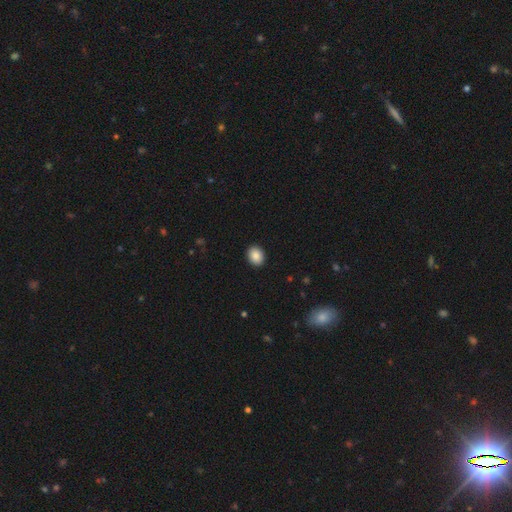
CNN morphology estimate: Q: Smooth or featured?
A: smooth (88%); runner-up: star or artifact (8%)
Q: How rounded?
A: round (52%); runner-up: in between (47%)
Q: Merging?
A: none (92%); runner-up: minor disturbance (6%)